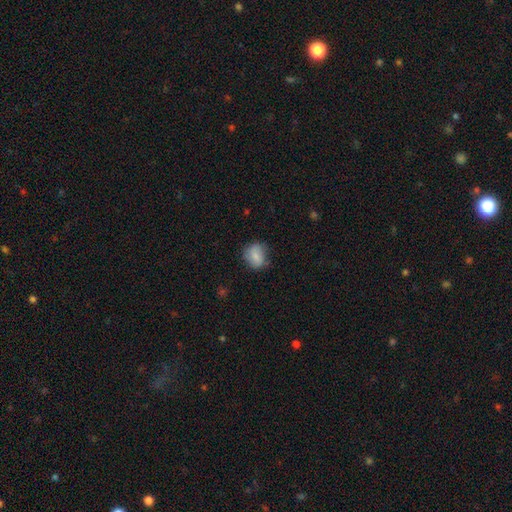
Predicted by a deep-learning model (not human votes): A smooth galaxy with no disk features (78%) that is round (63%). Merging: none (71%).